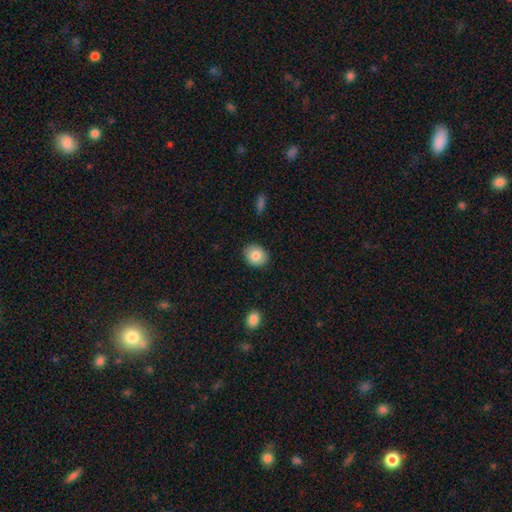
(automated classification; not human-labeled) Overall: smooth (82%). How rounded: round (59%; in between 40%). Merging: none (88%).